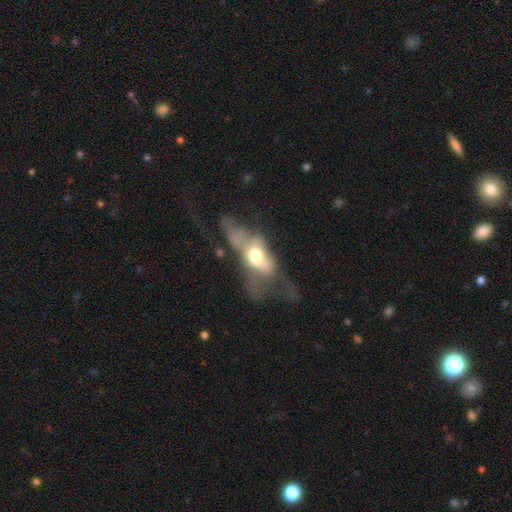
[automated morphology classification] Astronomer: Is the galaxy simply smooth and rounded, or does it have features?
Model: featured or disk — 46% (runner-up: smooth, 44%).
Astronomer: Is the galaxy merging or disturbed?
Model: major disturbance — 61%.